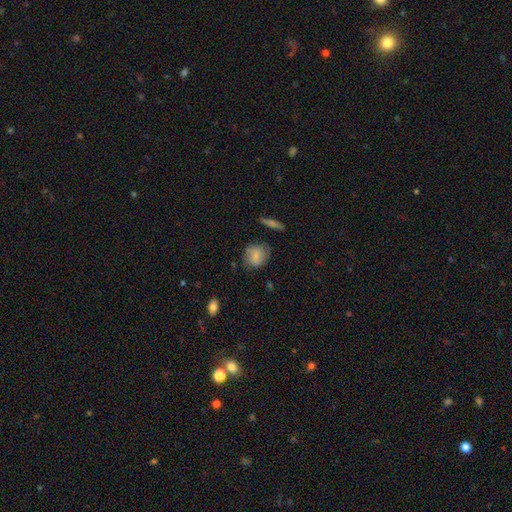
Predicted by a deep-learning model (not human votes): This is likely a smooth galaxy (75%). How rounded: likely round (72%). Merging: likely none (72%).